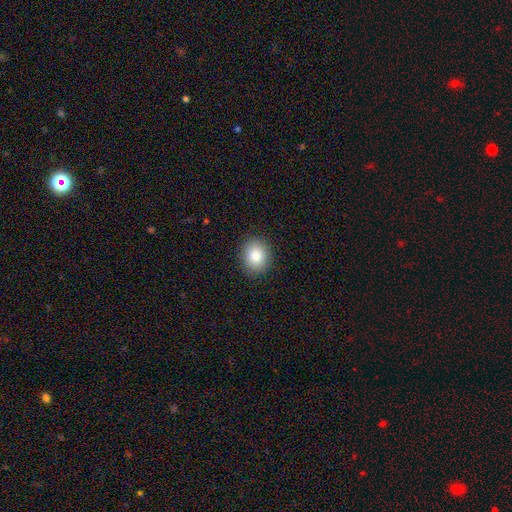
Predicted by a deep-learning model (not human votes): The model was most divided on "how rounded": round: 62%, in between: 37%, cigar-shaped: 1%. More confident: merging — none (90%); smooth or featured — smooth (84%).